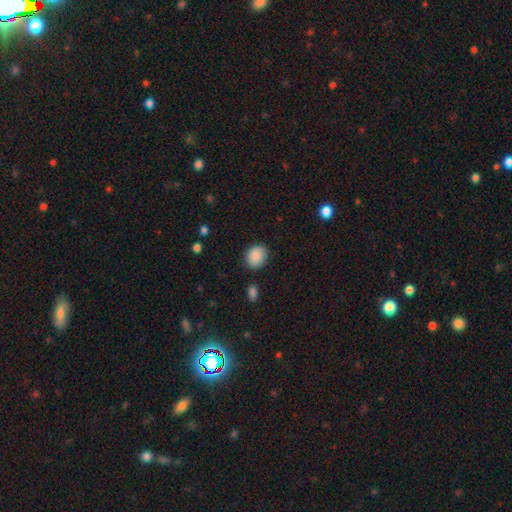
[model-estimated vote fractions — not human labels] Smooth or featured?
  - smooth: 88% *
  - star or artifact: 7%
  - featured or disk: 4%
How rounded?
  - round: 52% *
  - in between: 47%
  - cigar-shaped: 1%
Merging?
  - none: 84% *
  - minor disturbance: 11%
  - major disturbance: 3%
  - merger: 2%